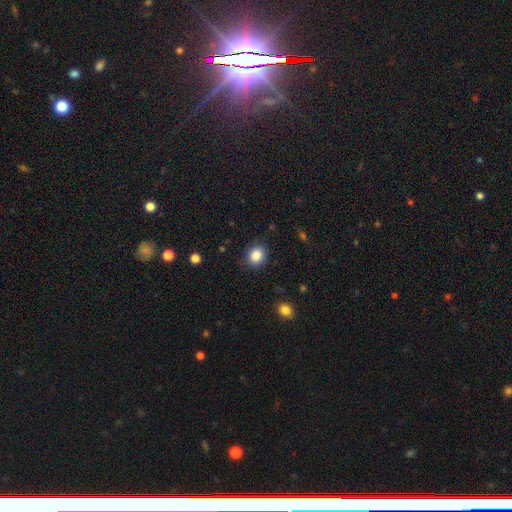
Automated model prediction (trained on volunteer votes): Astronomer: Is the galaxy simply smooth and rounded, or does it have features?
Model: smooth — 86%.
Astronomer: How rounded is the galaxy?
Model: round — 64%.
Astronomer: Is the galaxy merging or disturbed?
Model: none — 88%.